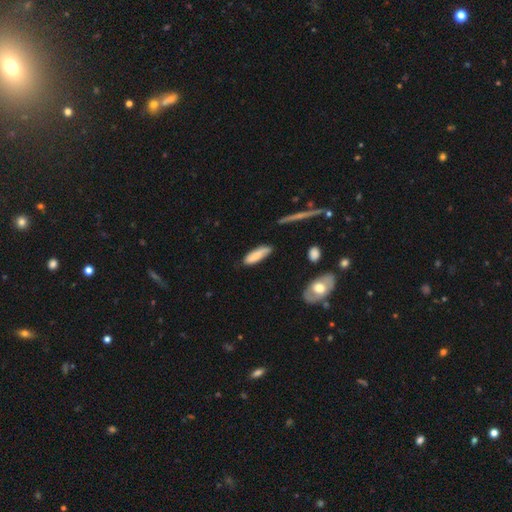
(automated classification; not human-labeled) Smooth or featured: smooth — 77% (featured or disk — 16%)
How rounded: in between — 50% (cigar-shaped — 48%)
Merging: none — 69% (minor disturbance — 24%)